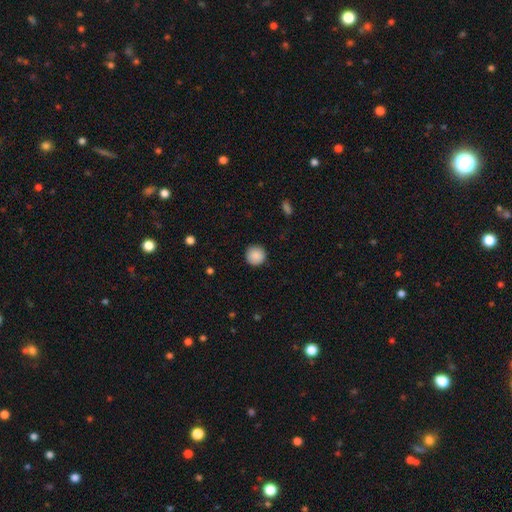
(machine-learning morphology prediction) Q: Smooth or featured?
A: smooth (89%); runner-up: star or artifact (8%)
Q: How rounded?
A: round (95%); runner-up: in between (4%)
Q: Merging?
A: none (92%); runner-up: minor disturbance (6%)